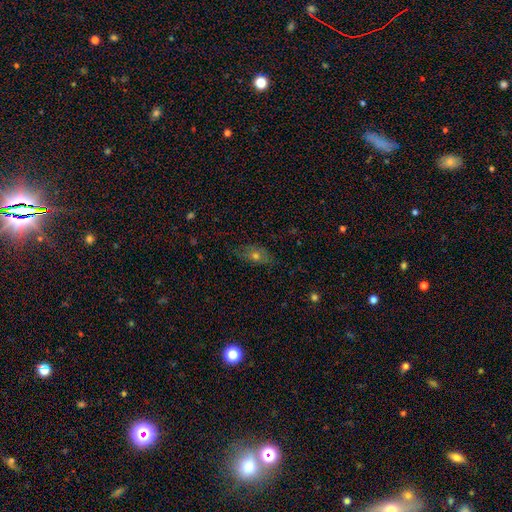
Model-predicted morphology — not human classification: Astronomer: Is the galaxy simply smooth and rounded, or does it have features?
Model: smooth — 54% (runner-up: featured or disk, 31%).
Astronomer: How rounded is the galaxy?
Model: in between — 78%.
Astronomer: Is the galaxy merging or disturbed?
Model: none — 72%.